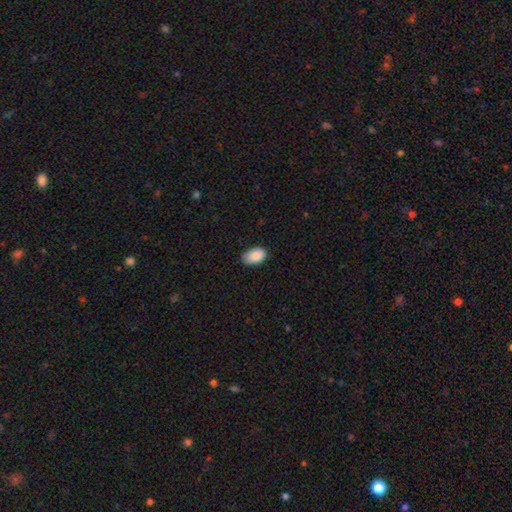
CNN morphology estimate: Overall: smooth (89%). How rounded: in between (92%). Merging: none (79%).